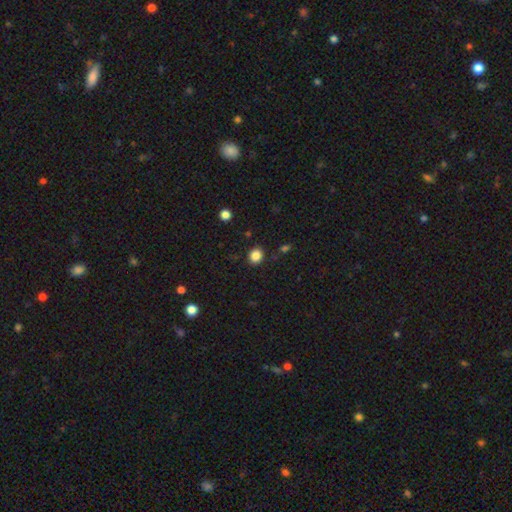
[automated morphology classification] smooth_or_featured: smooth (p=0.85) [alt: star or artifact p=0.11]
how_rounded: round (p=0.69) [alt: in between p=0.30]
merging: none (p=0.89) [alt: minor disturbance p=0.07]